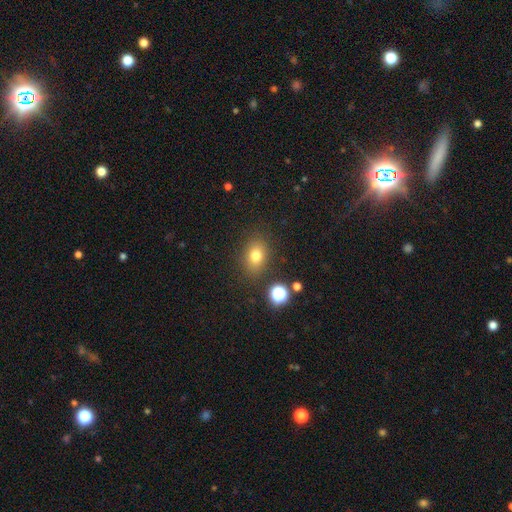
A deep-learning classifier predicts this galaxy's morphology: Overall: smooth (77%). How rounded: in between (63%; round 36%). Merging: none (83%).